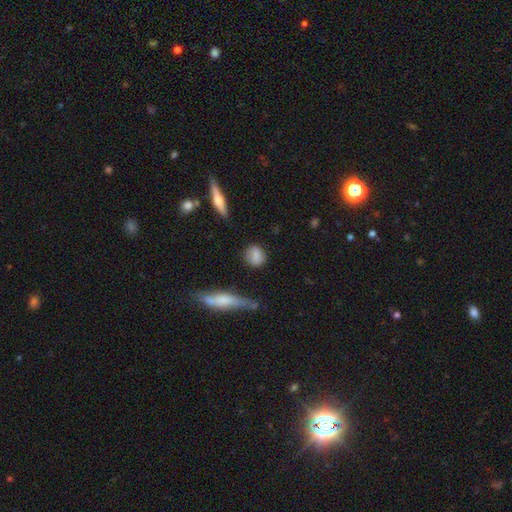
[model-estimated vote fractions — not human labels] smooth 80%, featured or disk 12%, star or artifact 8%. Down the decision tree: how rounded — round (66%); merging — none (80%).